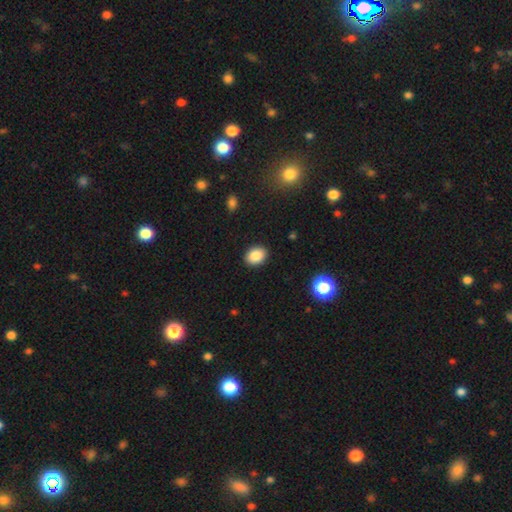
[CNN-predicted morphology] smooth_or_featured: smooth (p=0.87) [alt: star or artifact p=0.09]
how_rounded: in between (p=0.70) [alt: round p=0.29]
merging: none (p=0.90) [alt: minor disturbance p=0.07]